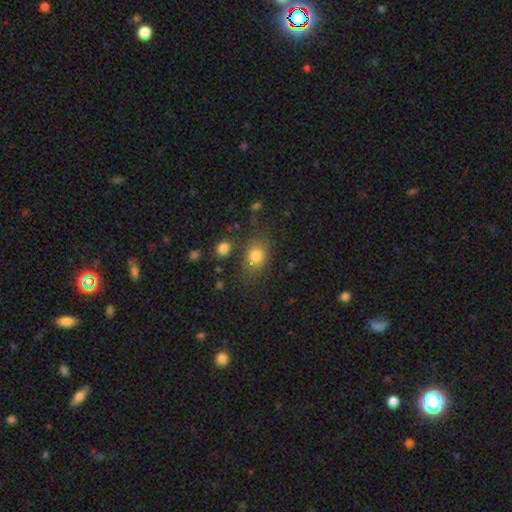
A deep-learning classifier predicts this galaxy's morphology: Smooth or featured? smooth (80%)
How rounded? in between (59%)
Merging? none (70%)